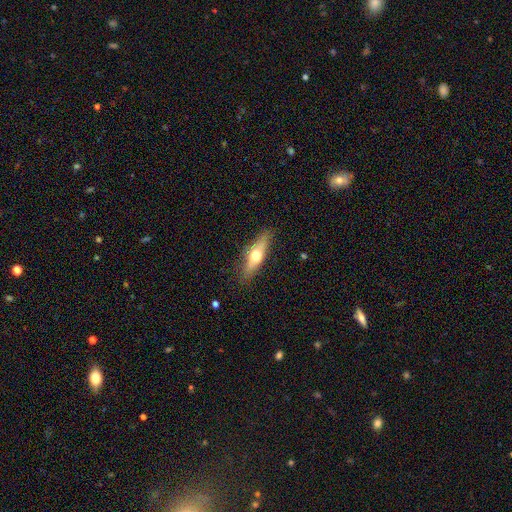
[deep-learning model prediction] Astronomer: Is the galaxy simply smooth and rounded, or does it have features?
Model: smooth — 53% (runner-up: featured or disk, 41%).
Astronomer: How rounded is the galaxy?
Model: cigar-shaped — 56% (runner-up: in between, 41%).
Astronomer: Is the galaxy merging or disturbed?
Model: none — 83%.